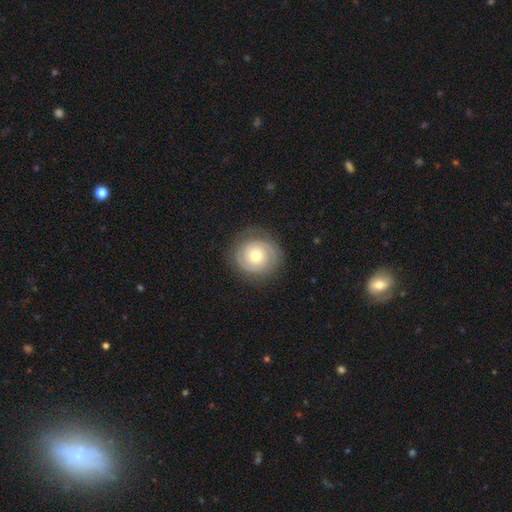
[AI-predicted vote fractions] Morphology: type=featured or disk (66%); edge-on=no (97%); bar=no (82%); spiral arms=yes (83%); winding=tight (77%); arm count=2 (60%); bulge=moderate (71%); merging=none (82%).